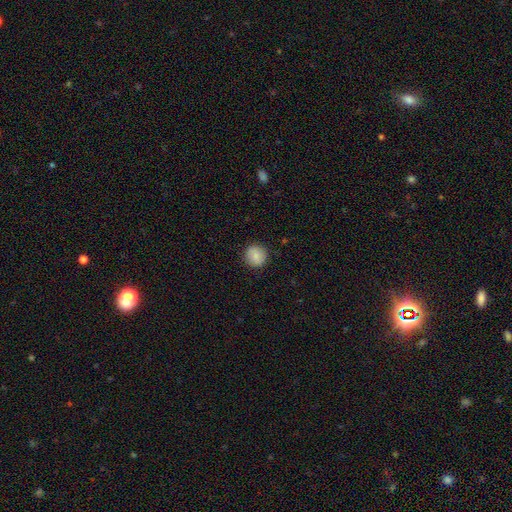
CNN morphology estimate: Smooth or featured?
  - smooth: 82% *
  - featured or disk: 10%
  - star or artifact: 8%
How rounded?
  - round: 92% *
  - in between: 7%
  - cigar-shaped: 1%
Merging?
  - none: 89% *
  - minor disturbance: 7%
  - major disturbance: 2%
  - merger: 1%